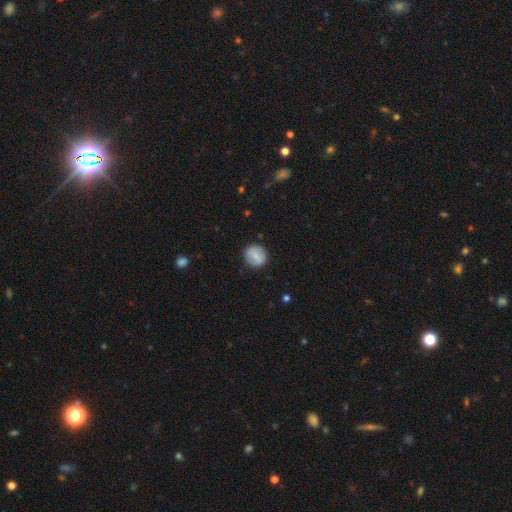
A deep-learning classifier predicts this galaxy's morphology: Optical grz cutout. It shows a smooth galaxy with no disk features (73%) that is round (86%). Merging: none (87%).